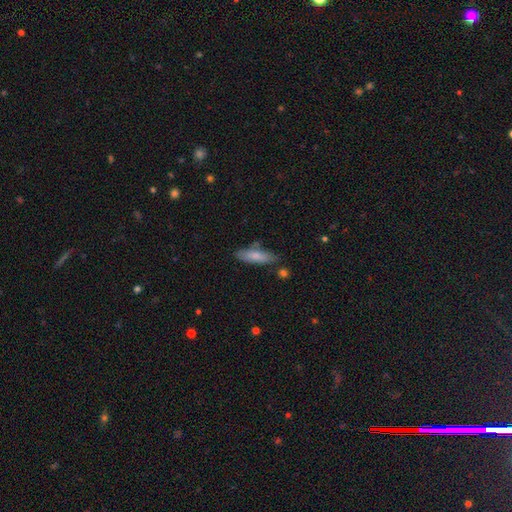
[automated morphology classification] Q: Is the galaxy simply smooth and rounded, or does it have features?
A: smooth — 78%.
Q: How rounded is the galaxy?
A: cigar-shaped — 54%.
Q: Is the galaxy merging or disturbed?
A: none — 74%.